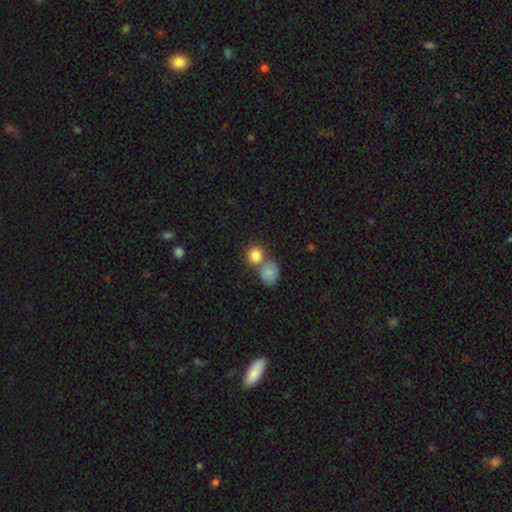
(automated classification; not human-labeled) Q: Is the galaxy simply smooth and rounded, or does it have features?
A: smooth — 84%.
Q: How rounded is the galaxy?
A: round — 77%.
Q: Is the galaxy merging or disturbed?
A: none — 46%.